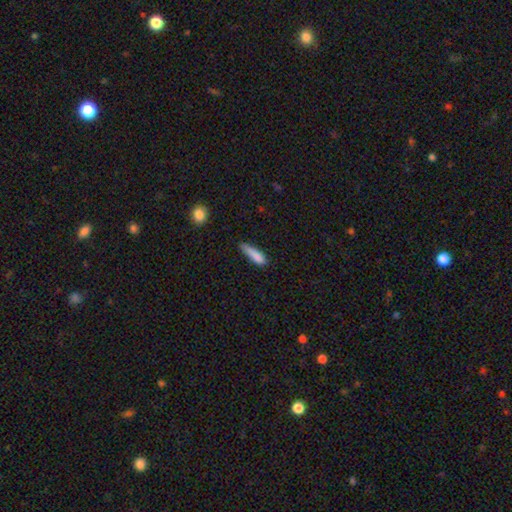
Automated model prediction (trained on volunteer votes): Morphology: type=smooth (83%); roundness=cigar-shaped (73%); merging=none (51%).